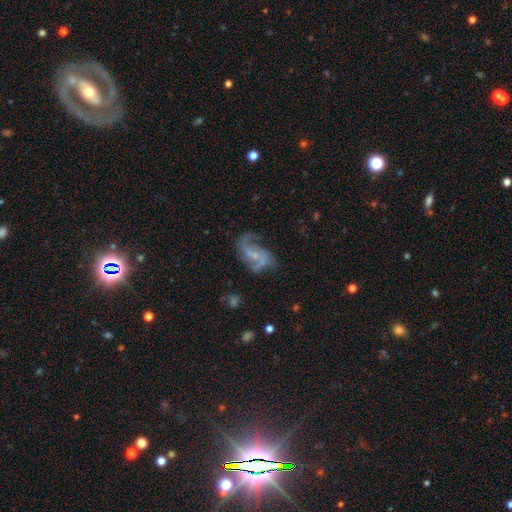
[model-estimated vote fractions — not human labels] smooth-or-featured: featured or disk: 81% | smooth: 11% | star or artifact: 8%
  disk-edge-on: no: 97% | yes: 3%
    bar: no: 46% | weak: 41% | strong: 13%
    has-spiral-arms: yes: 91% | no: 9%
      spiral-winding: loose: 58% | medium: 34% | tight: 9%
      spiral-arm-count: 2: 79% | can't tell: 7% | 1: 6% | 3: 5% | 4: 2% | more than 4: 2%
    bulge-size: small: 62% | moderate: 18% | none: 17% | large: 2% | dominant: 1%
  merging: none: 51% | major disturbance: 22% | minor disturbance: 21% | merger: 6%